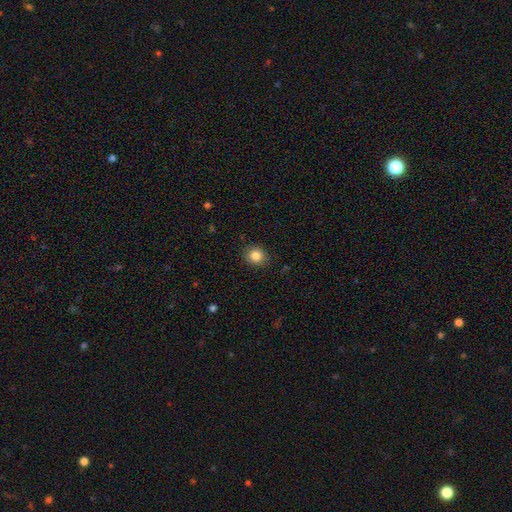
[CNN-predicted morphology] smooth_or_featured: smooth (p=0.85) [alt: star or artifact p=0.10]
how_rounded: round (p=0.77) [alt: in between p=0.22]
merging: none (p=0.86) [alt: minor disturbance p=0.10]